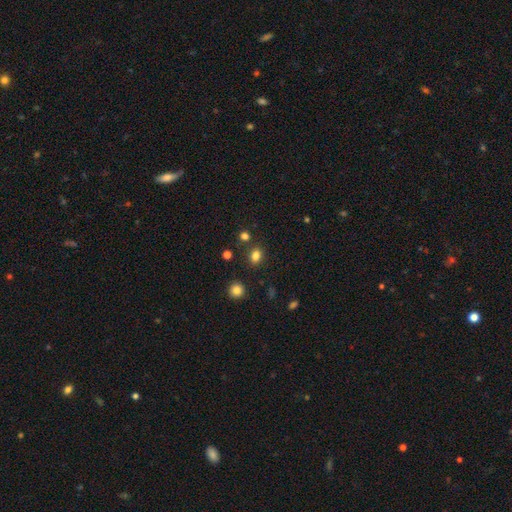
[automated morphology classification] This appears to be a smooth galaxy with no disk features (81%) that is in between round and cigar-shaped (50%). Merging: none (82%).